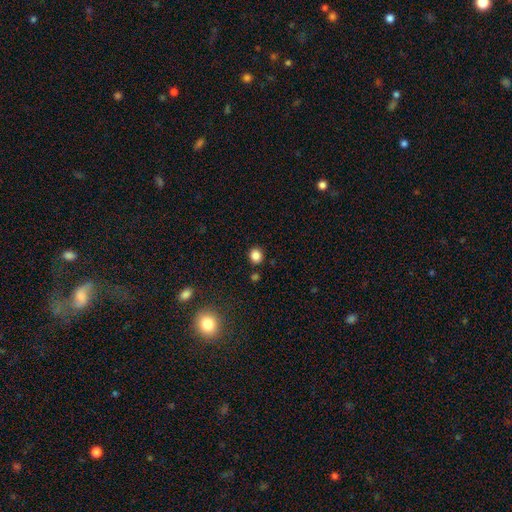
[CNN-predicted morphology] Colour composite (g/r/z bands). It shows a smooth galaxy with no disk features (85%) that is round (69%). Merging: none (86%).